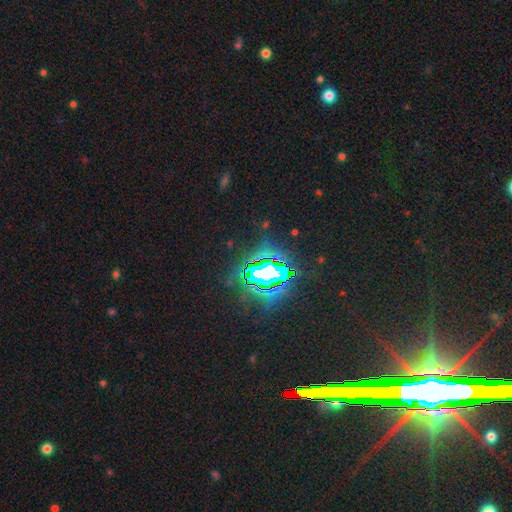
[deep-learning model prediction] Overall: star or artifact (82%).